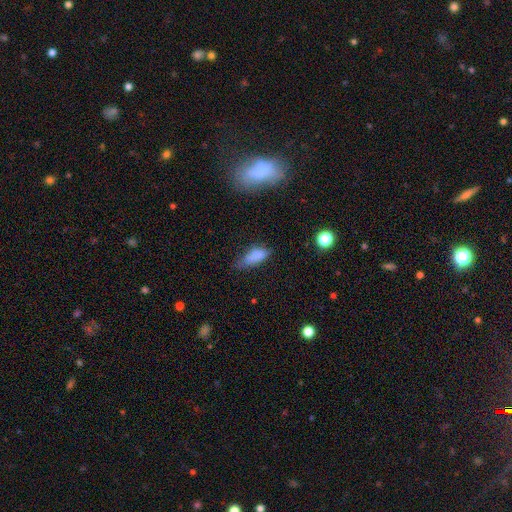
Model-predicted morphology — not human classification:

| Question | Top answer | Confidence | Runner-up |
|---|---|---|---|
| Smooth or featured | smooth | 81% | star or artifact (10%) |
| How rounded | in between | 78% | cigar-shaped (19%) |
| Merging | none | 49% | minor disturbance (36%) |